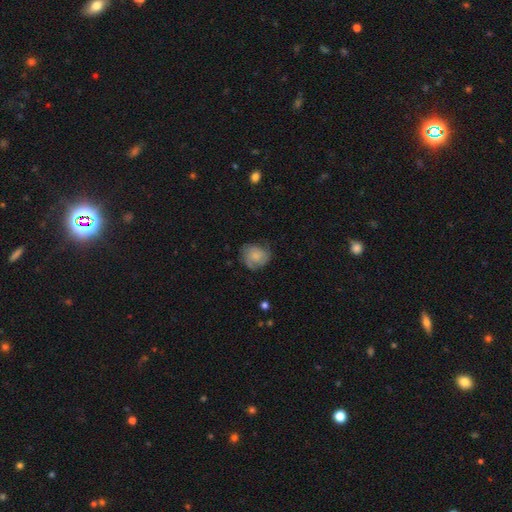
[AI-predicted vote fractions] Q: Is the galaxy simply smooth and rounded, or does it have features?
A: smooth — 61%.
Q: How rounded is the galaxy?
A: round — 70%.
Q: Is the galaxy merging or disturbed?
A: none — 60%.